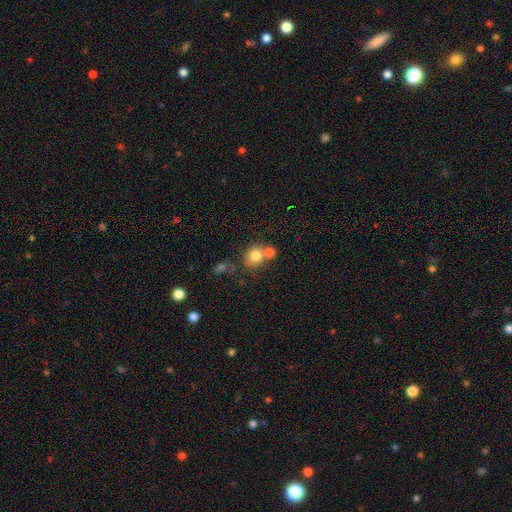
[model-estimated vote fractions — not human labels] Smooth or featured?
  - smooth: 78% *
  - star or artifact: 11%
  - featured or disk: 11%
How rounded?
  - round: 76% *
  - in between: 23%
  - cigar-shaped: 1%
Merging?
  - none: 49% *
  - merger: 36%
  - minor disturbance: 10%
  - major disturbance: 4%